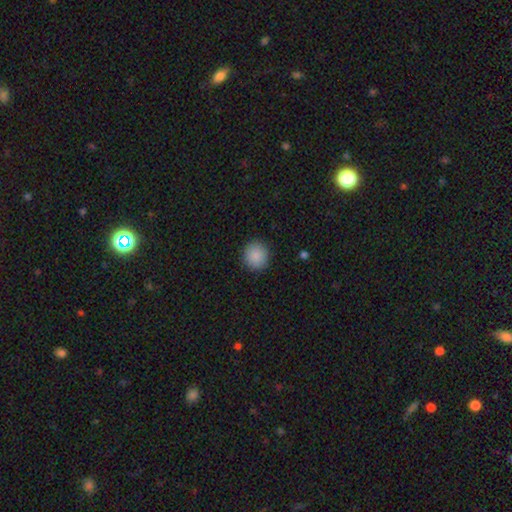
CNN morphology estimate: A smooth galaxy with no disk features (89%) that is round (91%).

Vote fractions:
- Smooth or featured? smooth: 89% / star or artifact: 8% / featured or disk: 3%
- How rounded? round: 91% / in between: 8% / cigar-shaped: 1%
- Merging? none: 91% / minor disturbance: 6% / major disturbance: 2% / merger: 1%